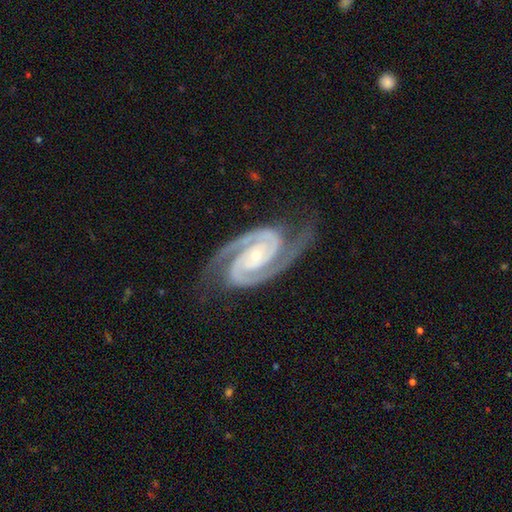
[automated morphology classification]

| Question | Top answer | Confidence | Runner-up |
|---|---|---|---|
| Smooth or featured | featured or disk | 94% | star or artifact (4%) |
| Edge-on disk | no | 98% | yes (2%) |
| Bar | no | 54% | weak (25%) |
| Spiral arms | yes | 99% | no (1%) |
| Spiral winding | tight | 58% | medium (38%) |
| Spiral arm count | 2 | 94% | 3 (2%) |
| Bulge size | small | 76% | moderate (20%) |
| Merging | none | 79% | minor disturbance (15%) |